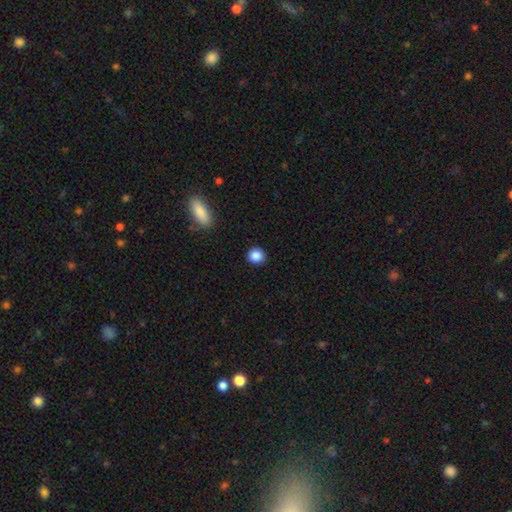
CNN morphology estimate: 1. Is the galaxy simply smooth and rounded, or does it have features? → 87% smooth, 10% star or artifact, 3% featured or disk.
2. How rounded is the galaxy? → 87% round, 12% in between, 1% cigar-shaped.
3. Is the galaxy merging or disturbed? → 90% none, 7% minor disturbance, 2% major disturbance, 1% merger.